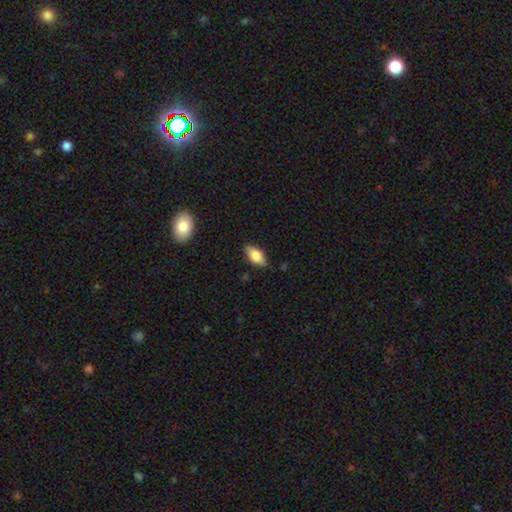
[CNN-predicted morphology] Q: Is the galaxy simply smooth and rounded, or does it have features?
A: smooth — 79%.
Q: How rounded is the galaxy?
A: in between — 90%.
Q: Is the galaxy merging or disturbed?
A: none — 85%.